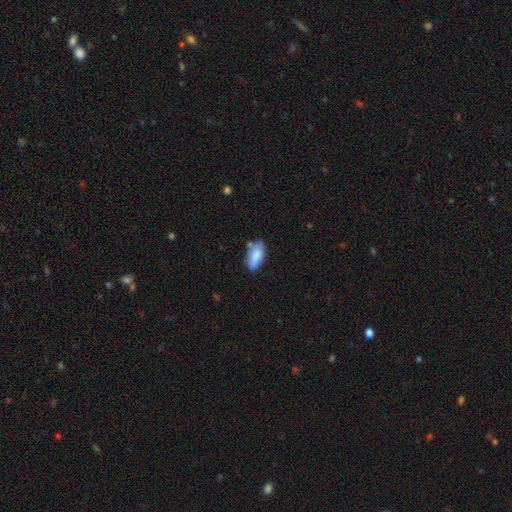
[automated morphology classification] smooth-or-featured: smooth: 80% | featured or disk: 13% | star or artifact: 7%
  how-rounded: in between: 82% | cigar-shaped: 16% | round: 3%
  merging: none: 62% | minor disturbance: 25% | merger: 8% | major disturbance: 5%